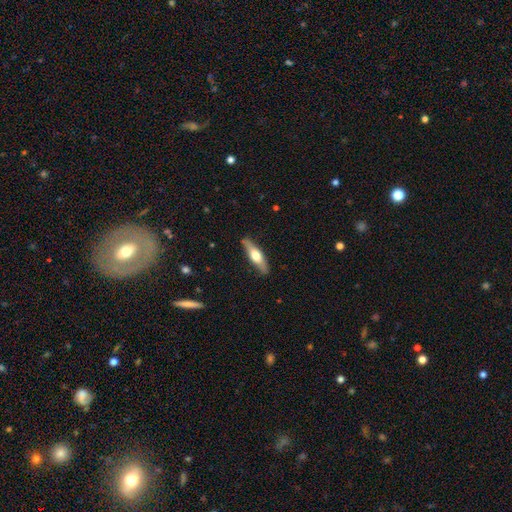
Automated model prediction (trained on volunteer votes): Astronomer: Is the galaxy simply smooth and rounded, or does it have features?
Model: featured or disk — 50% (runner-up: smooth, 45%).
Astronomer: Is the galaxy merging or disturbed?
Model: none — 86%.